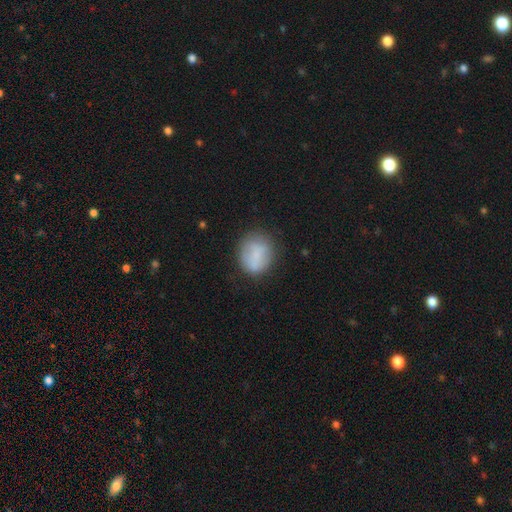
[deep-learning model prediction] Morphology: type=smooth (74%); roundness=round (58%); merging=none (71%).